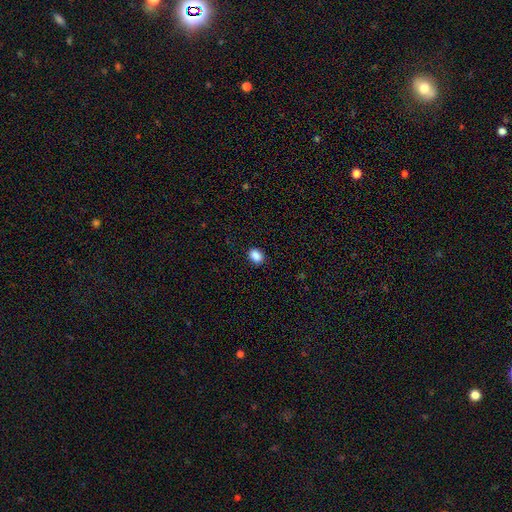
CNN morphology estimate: type=smooth (88%); roundness=in between (62%); merging=none (88%).